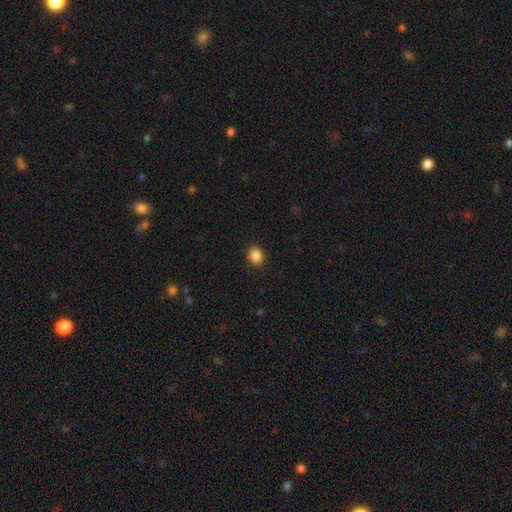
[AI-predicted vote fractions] This is clearly a smooth galaxy (87%). How rounded: possibly in between (52%). Merging: clearly none (88%).